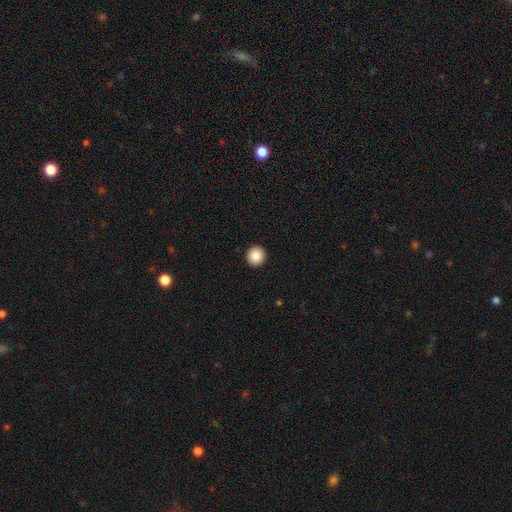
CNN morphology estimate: A smooth galaxy with no disk features (88%) that is round (94%).

Vote fractions:
- Smooth or featured? smooth: 88% / star or artifact: 9% / featured or disk: 3%
- How rounded? round: 94% / in between: 5% / cigar-shaped: 1%
- Merging? none: 93% / minor disturbance: 4% / major disturbance: 1% / merger: 1%